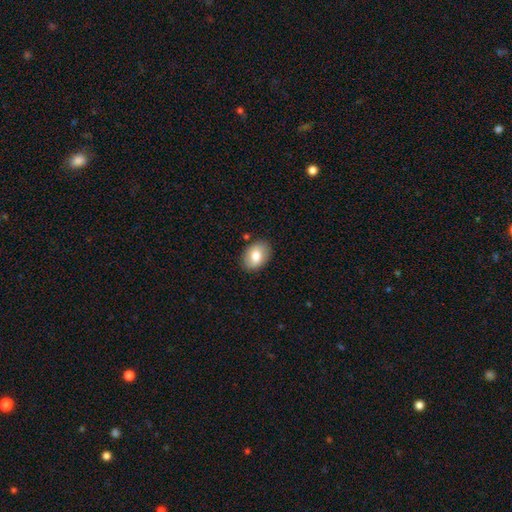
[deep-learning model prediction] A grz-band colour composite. It shows a smooth galaxy with no disk features (77%) that is in between round and cigar-shaped (82%). Merging: none (85%).